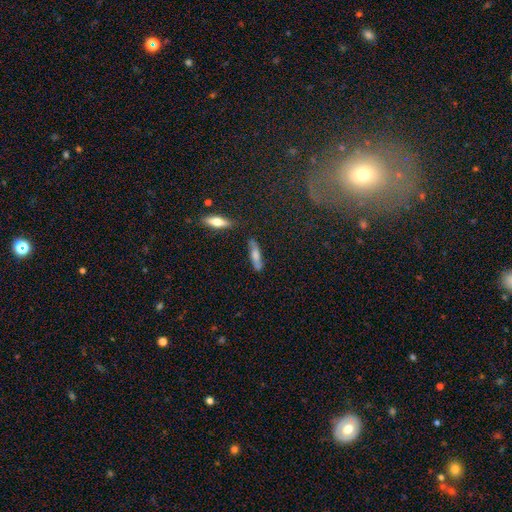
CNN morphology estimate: Smooth or featured? smooth (61%)
How rounded? cigar-shaped (74%)
Merging? none (76%)